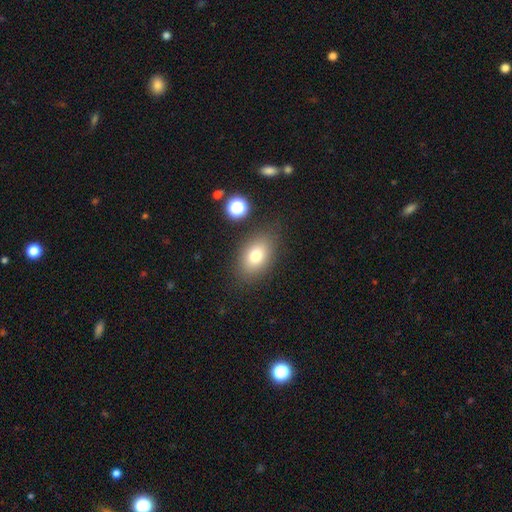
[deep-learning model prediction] Q: Smooth or featured?
A: smooth (78%); runner-up: featured or disk (12%)
Q: How rounded?
A: in between (83%); runner-up: round (15%)
Q: Merging?
A: none (81%); runner-up: minor disturbance (12%)